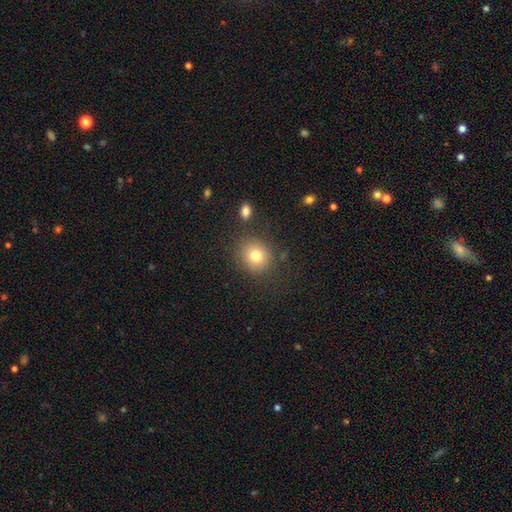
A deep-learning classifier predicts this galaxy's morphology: Smooth or featured?
  - smooth: 79% *
  - star or artifact: 11%
  - featured or disk: 10%
How rounded?
  - round: 78% *
  - in between: 21%
  - cigar-shaped: 1%
Merging?
  - none: 81% *
  - minor disturbance: 11%
  - merger: 4%
  - major disturbance: 4%